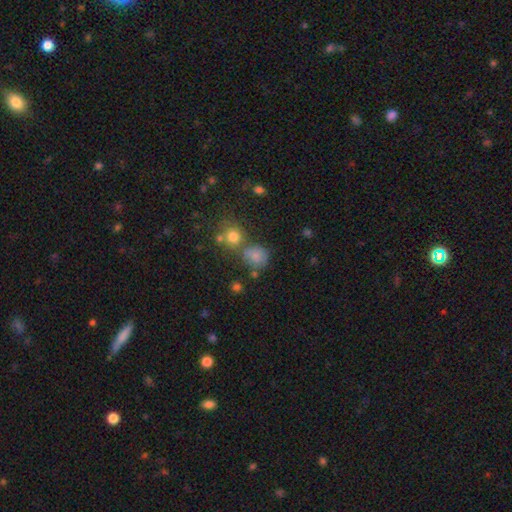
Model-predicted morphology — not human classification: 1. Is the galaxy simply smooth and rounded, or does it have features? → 76% smooth, 15% star or artifact, 10% featured or disk.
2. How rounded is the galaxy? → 75% round, 24% in between, 1% cigar-shaped.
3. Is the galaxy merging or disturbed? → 56% none, 20% merger, 17% minor disturbance, 7% major disturbance.